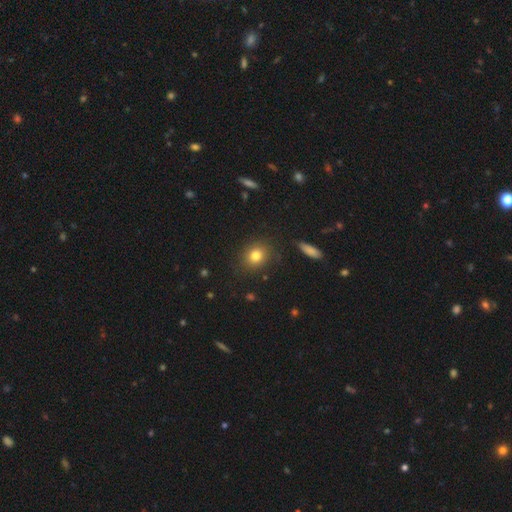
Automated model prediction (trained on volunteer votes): Smooth or featured? Predicted: smooth (p=0.81). How rounded? Predicted: round (p=0.73). Merging? Predicted: none (p=0.86).